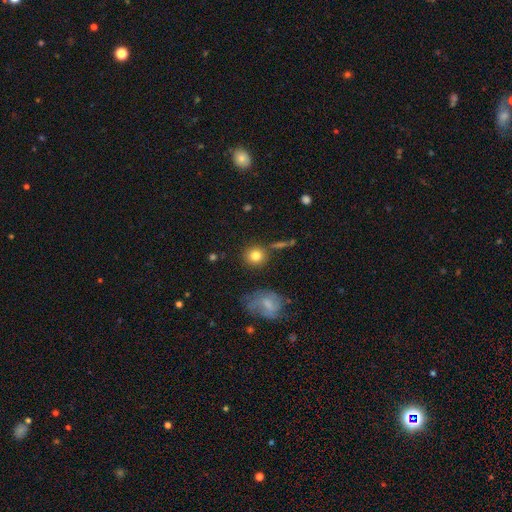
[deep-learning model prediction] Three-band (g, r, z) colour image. It shows a smooth galaxy with no disk features (80%) that is round (88%). Merging: none (79%).